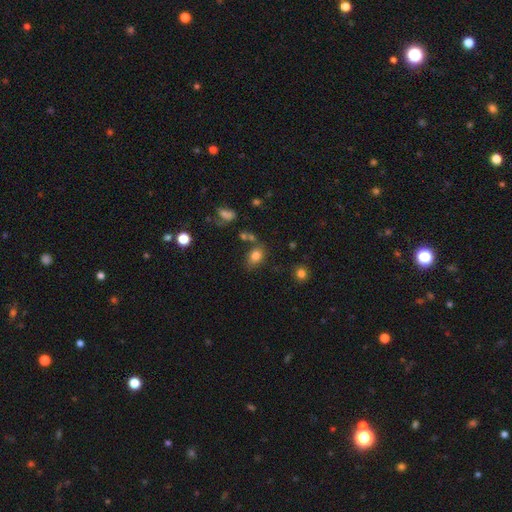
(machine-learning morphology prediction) Smooth or featured?
  - smooth: 80% *
  - star or artifact: 12%
  - featured or disk: 9%
How rounded?
  - in between: 71% *
  - round: 28%
  - cigar-shaped: 1%
Merging?
  - none: 63% *
  - minor disturbance: 19%
  - merger: 11%
  - major disturbance: 6%